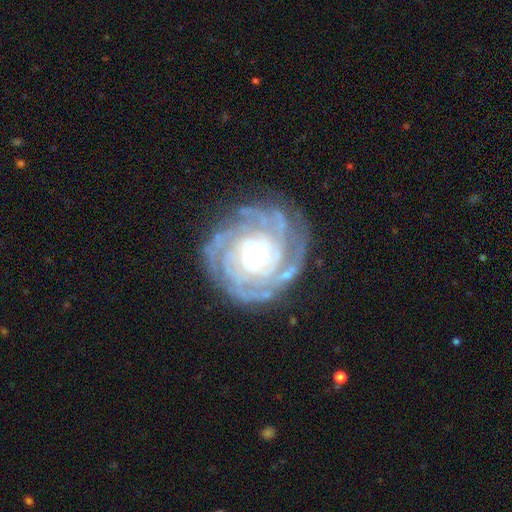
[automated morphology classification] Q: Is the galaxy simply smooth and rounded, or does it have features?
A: featured or disk — 88%.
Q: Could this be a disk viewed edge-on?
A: no — 98%.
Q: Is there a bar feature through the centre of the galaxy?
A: no — 69%.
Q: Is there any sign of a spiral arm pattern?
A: yes — 96%.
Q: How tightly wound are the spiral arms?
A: tight — 80%.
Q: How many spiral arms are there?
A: can't tell — 32%.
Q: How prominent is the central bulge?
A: small — 44%.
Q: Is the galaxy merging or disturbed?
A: none — 76%.